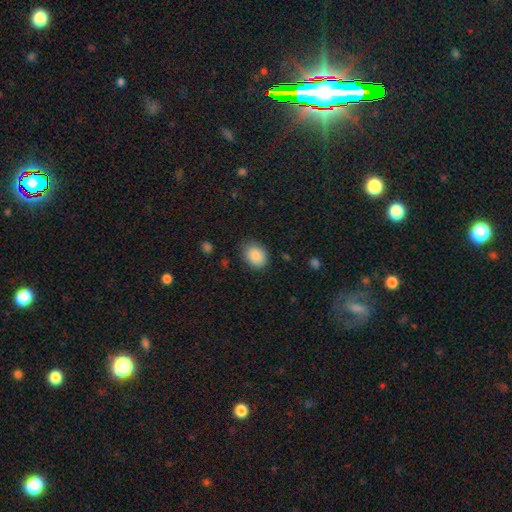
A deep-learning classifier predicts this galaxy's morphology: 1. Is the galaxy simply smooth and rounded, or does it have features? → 88% smooth, 8% star or artifact, 4% featured or disk.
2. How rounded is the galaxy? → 60% in between, 40% round, 1% cigar-shaped.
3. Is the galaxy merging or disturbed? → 79% none, 16% minor disturbance, 4% major disturbance, 1% merger.